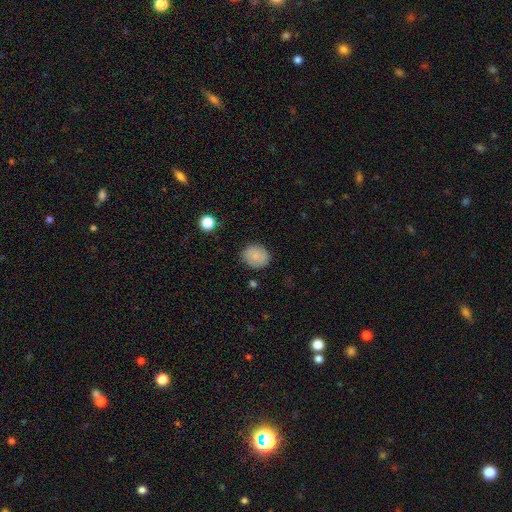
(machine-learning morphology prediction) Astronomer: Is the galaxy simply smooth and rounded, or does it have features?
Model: smooth — 80%.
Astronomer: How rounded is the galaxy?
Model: round — 64%.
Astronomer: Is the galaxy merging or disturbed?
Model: none — 85%.